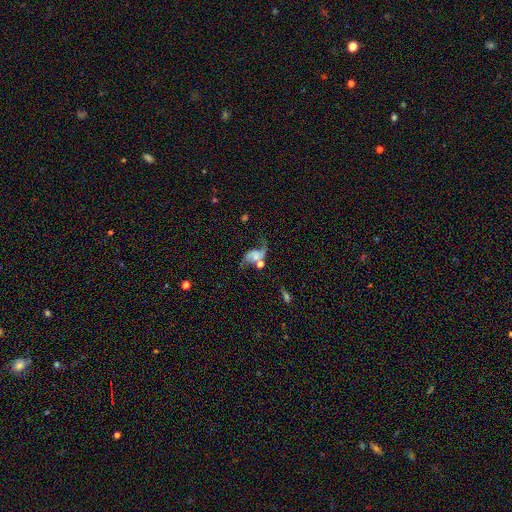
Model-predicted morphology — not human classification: This appears to be a featured or disk galaxy (71%) with no bar (65%), 2 (84%) loose (78%) spiral arms (91%) and a small central bulge (39%). Merging: none (41%).